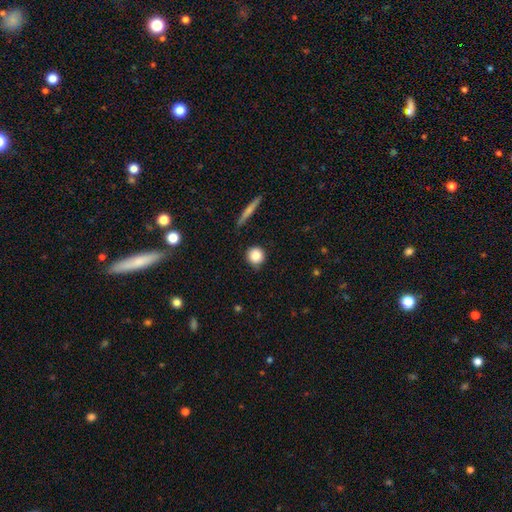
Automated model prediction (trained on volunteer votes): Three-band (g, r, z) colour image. It shows a smooth galaxy with no disk features (83%) that is round (92%). Merging: none (85%).